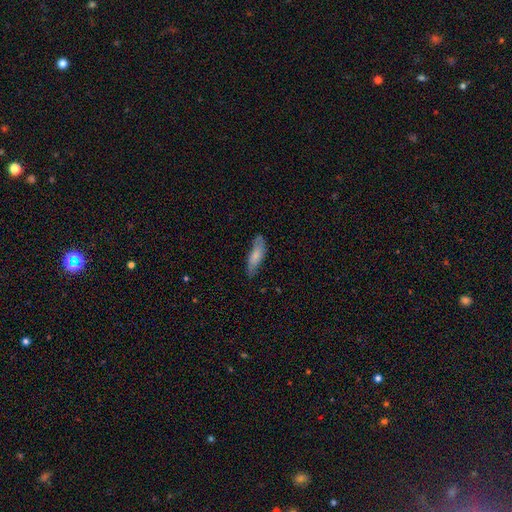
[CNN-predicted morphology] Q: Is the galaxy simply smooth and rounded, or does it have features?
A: smooth — 69%.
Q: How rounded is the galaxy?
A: in between — 51%.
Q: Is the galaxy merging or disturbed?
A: none — 70%.